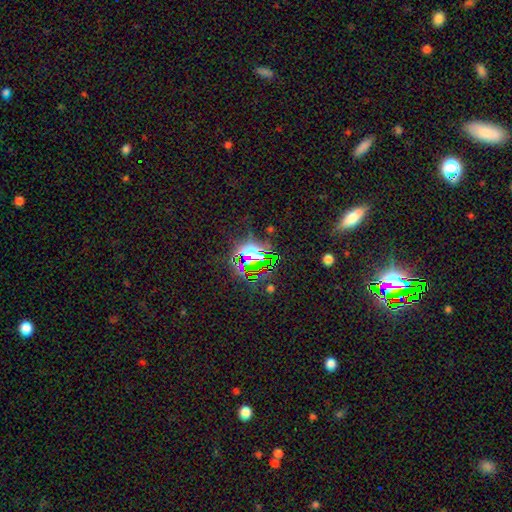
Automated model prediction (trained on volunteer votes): This is likely a star or artifact rather than a galaxy (75%).